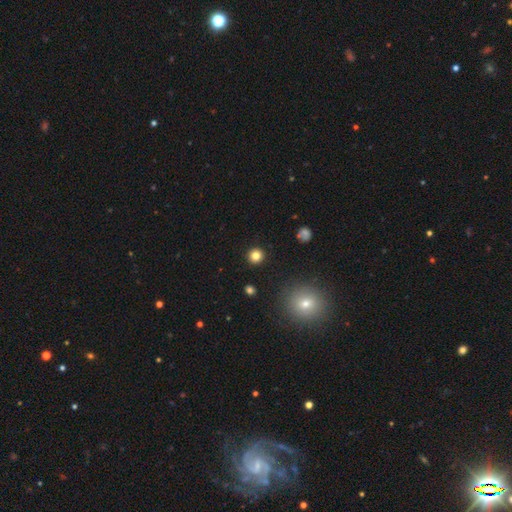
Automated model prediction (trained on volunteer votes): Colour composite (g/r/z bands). It shows a smooth galaxy with no disk features (82%) that is round (94%). Merging: none (92%).